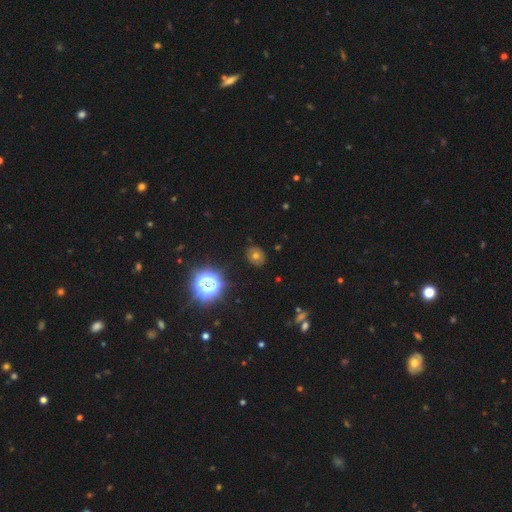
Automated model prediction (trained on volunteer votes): A smooth galaxy with no disk features (55%) that is round (67%).

Vote fractions:
- Smooth or featured? smooth: 55% / star or artifact: 29% / featured or disk: 16%
- How rounded? round: 67% / in between: 32% / cigar-shaped: 1%
- Merging? none: 85% / minor disturbance: 11% / major disturbance: 3% / merger: 1%